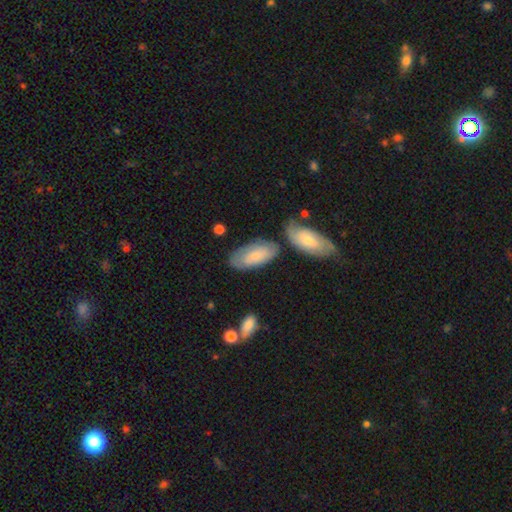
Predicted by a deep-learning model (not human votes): smooth 69%, featured or disk 26%, star or artifact 6%. Down the decision tree: how rounded — in between (90%); merging — none (62%).